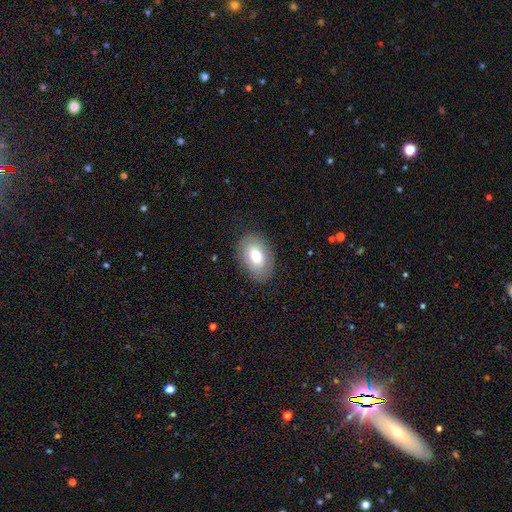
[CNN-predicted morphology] type=smooth (76%); roundness=in between (89%); merging=none (84%).